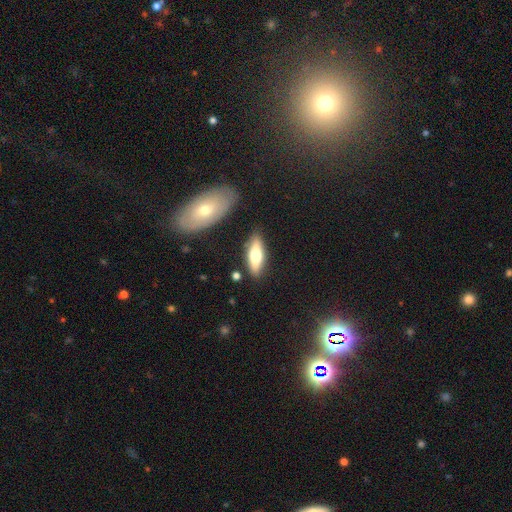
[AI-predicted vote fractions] The model was most divided on "how rounded": in between: 58%, cigar-shaped: 40%, round: 2%. More confident: merging — none (83%); smooth or featured — smooth (63%).